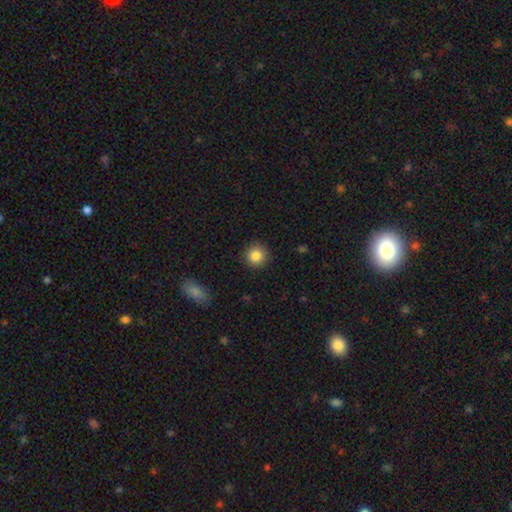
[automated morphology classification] Smooth or featured? smooth (84%)
How rounded? round (94%)
Merging? none (91%)